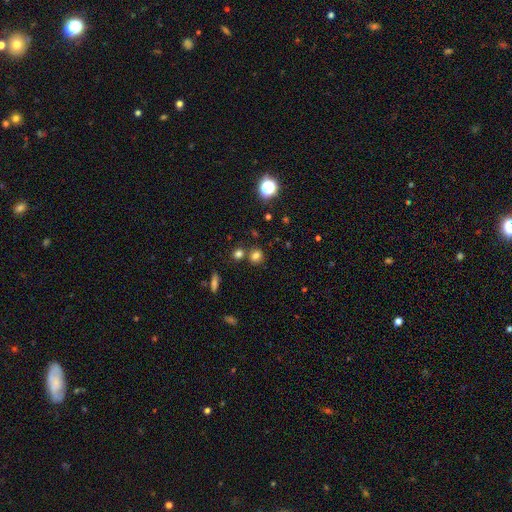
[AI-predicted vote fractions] Overall: smooth (74%). How rounded: round (79%). Merging: none (72%).